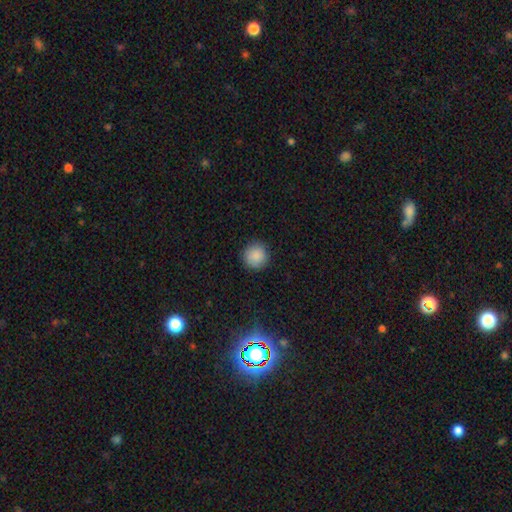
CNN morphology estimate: smooth-or-featured: smooth: 88% | star or artifact: 8% | featured or disk: 4%
  how-rounded: round: 95% | in between: 4% | cigar-shaped: 1%
  merging: none: 91% | minor disturbance: 6% | major disturbance: 2% | merger: 1%